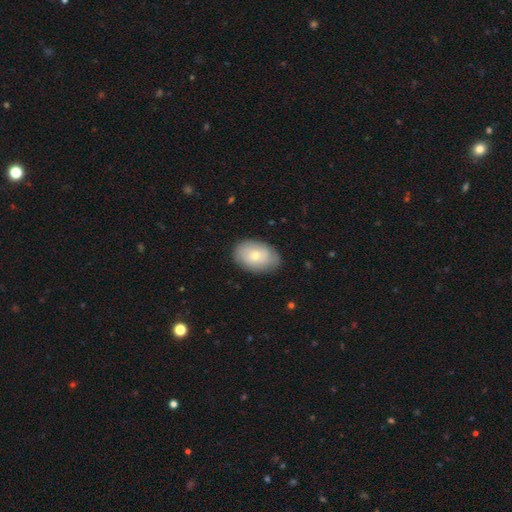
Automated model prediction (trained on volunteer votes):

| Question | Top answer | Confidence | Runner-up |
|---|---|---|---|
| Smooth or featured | smooth | 65% | featured or disk (28%) |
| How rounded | in between | 83% | round (15%) |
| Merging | none | 81% | minor disturbance (15%) |